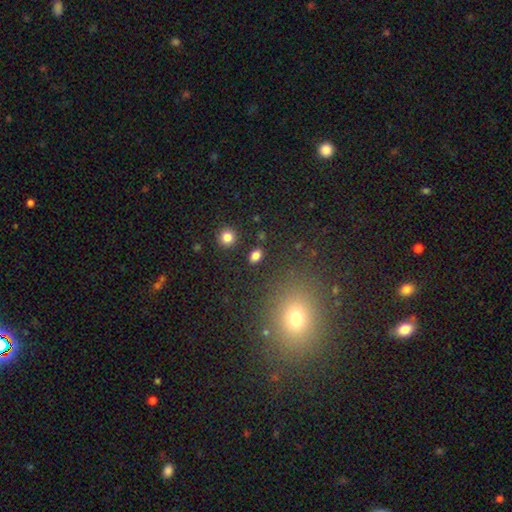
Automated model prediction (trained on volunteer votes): smooth_or_featured: smooth (p=0.82) [alt: star or artifact p=0.13]
how_rounded: in between (p=0.59) [alt: round p=0.40]
merging: none (p=0.87) [alt: minor disturbance p=0.07]